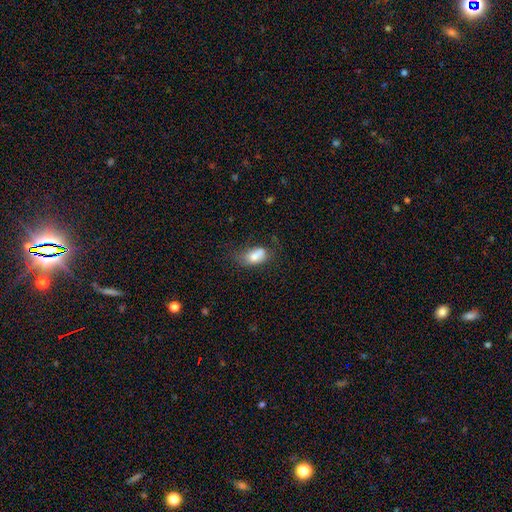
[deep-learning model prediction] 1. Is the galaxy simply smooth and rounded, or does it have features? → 74% smooth, 16% featured or disk, 9% star or artifact.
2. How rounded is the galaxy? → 86% in between, 11% round, 3% cigar-shaped.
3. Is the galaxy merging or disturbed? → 36% none, 30% minor disturbance, 17% major disturbance, 17% merger.